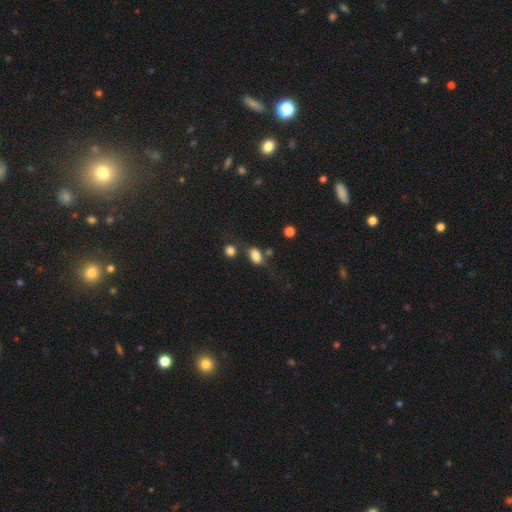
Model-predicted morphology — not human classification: Smooth or featured: smooth — 83% (star or artifact — 10%)
How rounded: in between — 85% (round — 13%)
Merging: none — 62% (minor disturbance — 17%)